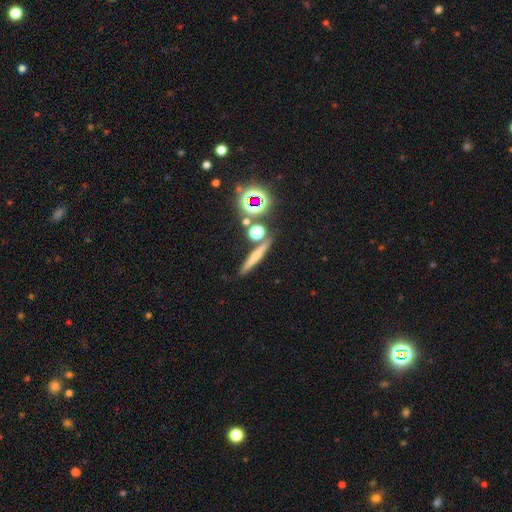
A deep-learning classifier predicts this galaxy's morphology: The model was most divided on "smooth or featured": smooth: 48%, featured or disk: 32%, star or artifact: 20%. More confident: merging — none (82%).